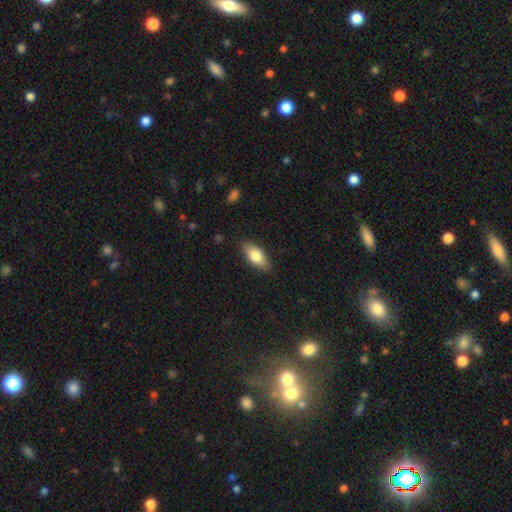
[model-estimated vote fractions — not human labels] A smooth galaxy with no disk features (80%) that is in between round and cigar-shaped (88%). Merging: none (85%).